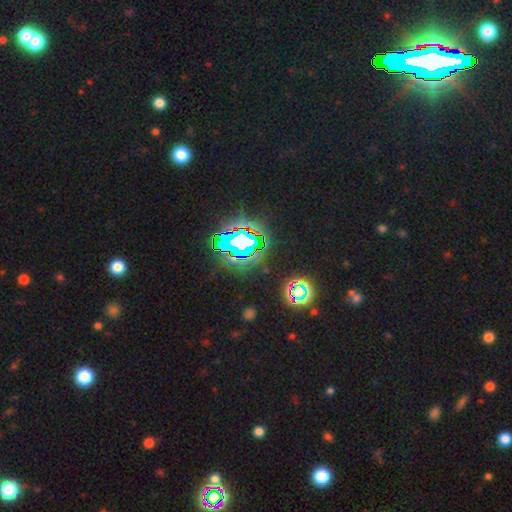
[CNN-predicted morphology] This is clearly a star or artifact rather than a galaxy (81%).